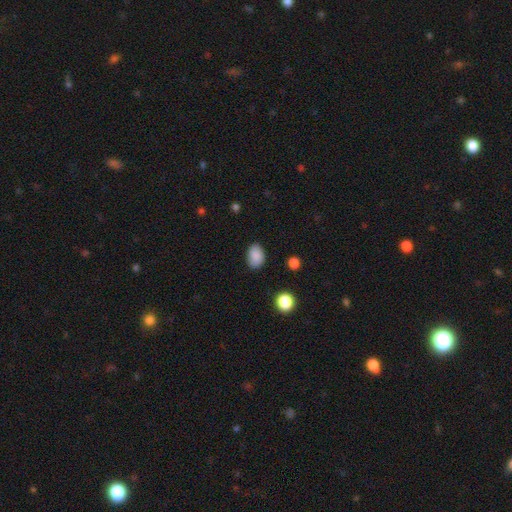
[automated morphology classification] Smooth or featured?
  - smooth: 87% *
  - star or artifact: 8%
  - featured or disk: 4%
How rounded?
  - in between: 80% *
  - round: 19%
  - cigar-shaped: 1%
Merging?
  - none: 82% *
  - minor disturbance: 14%
  - major disturbance: 3%
  - merger: 1%